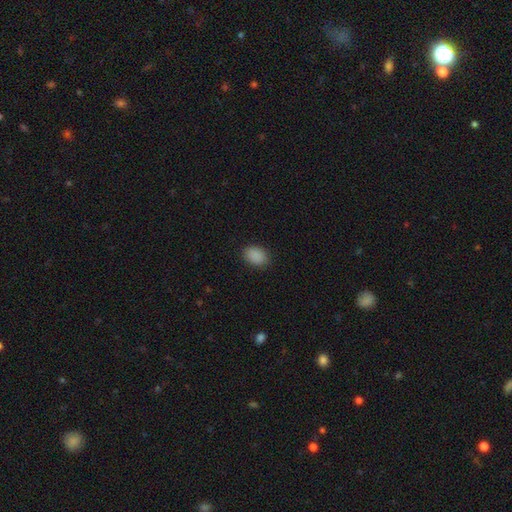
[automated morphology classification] Smooth or featured? Predicted: smooth (p=0.89). How rounded? Predicted: in between (p=0.82). Merging? Predicted: none (p=0.87).